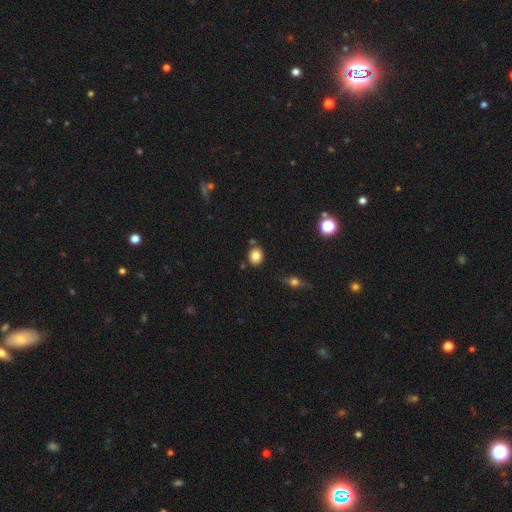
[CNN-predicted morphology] type=smooth (83%); roundness=round (64%); merging=none (80%).